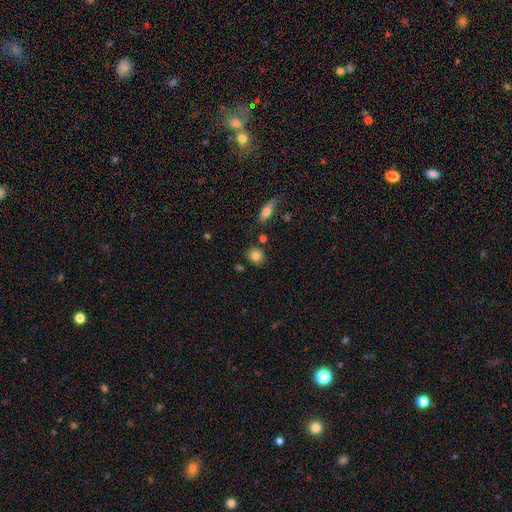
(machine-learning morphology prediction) type=smooth (83%); roundness=round (75%); merging=none (81%).